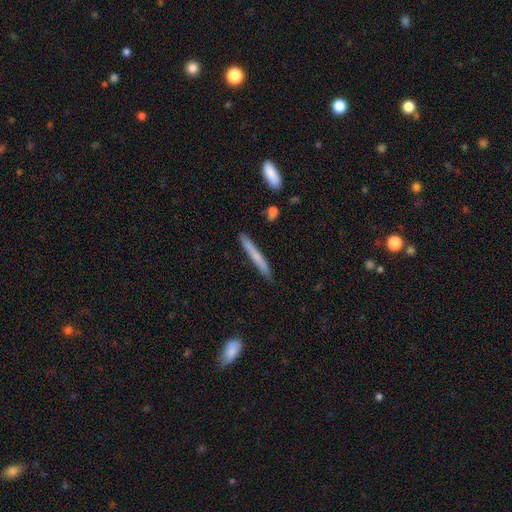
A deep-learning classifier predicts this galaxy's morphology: The model was most divided on "smooth or featured": smooth: 62%, featured or disk: 32%, star or artifact: 6%. More confident: how rounded — cigar-shaped (96%); merging — none (87%).